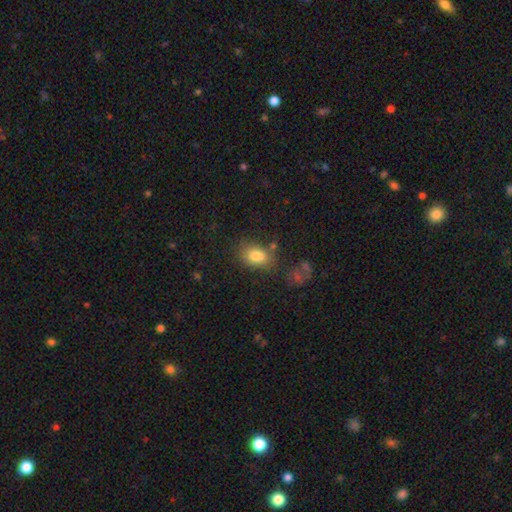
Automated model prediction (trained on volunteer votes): Smooth or featured?
  - smooth: 80% *
  - featured or disk: 10%
  - star or artifact: 10%
How rounded?
  - in between: 76% *
  - round: 22%
  - cigar-shaped: 1%
Merging?
  - none: 61% *
  - minor disturbance: 21%
  - merger: 10%
  - major disturbance: 8%